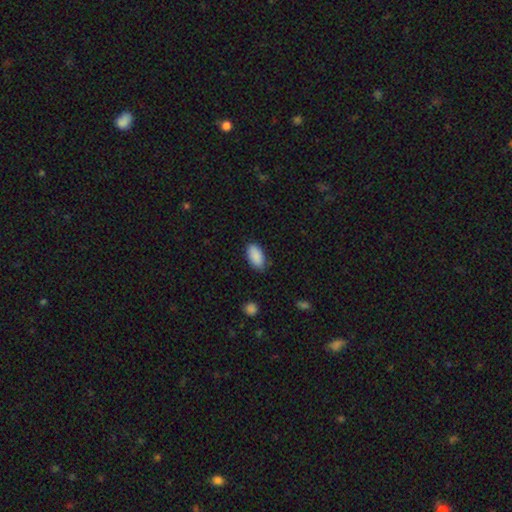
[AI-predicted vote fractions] Smooth or featured?
  - smooth: 90% *
  - star or artifact: 7%
  - featured or disk: 3%
How rounded?
  - in between: 94% *
  - cigar-shaped: 3%
  - round: 3%
Merging?
  - none: 81% *
  - minor disturbance: 15%
  - major disturbance: 3%
  - merger: 1%